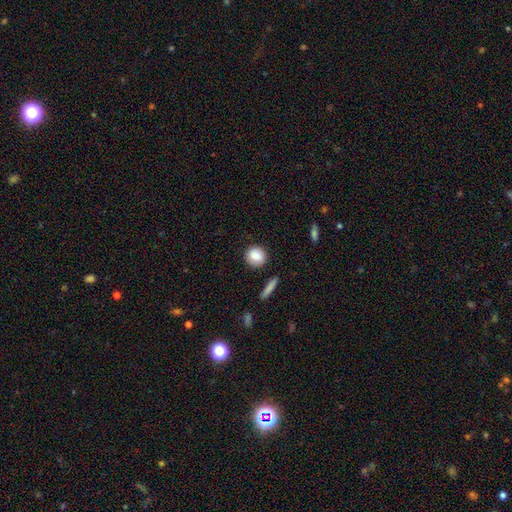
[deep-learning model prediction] Smooth or featured? Predicted: smooth (p=0.86). How rounded? Predicted: round (p=0.85). Merging? Predicted: none (p=0.85).